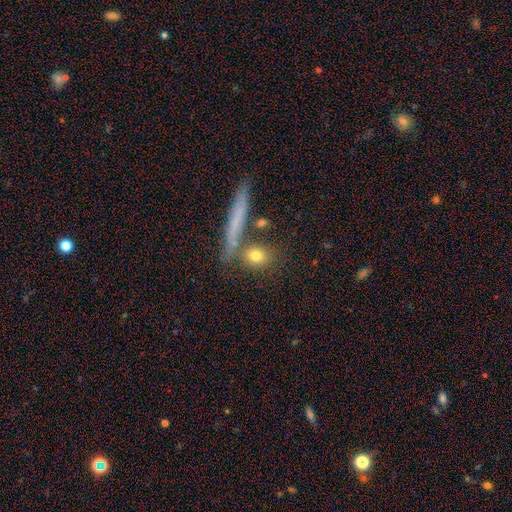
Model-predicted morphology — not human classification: smooth 74%, featured or disk 15%, star or artifact 11%. Down the decision tree: how rounded — round (51%); merging — none (73%).